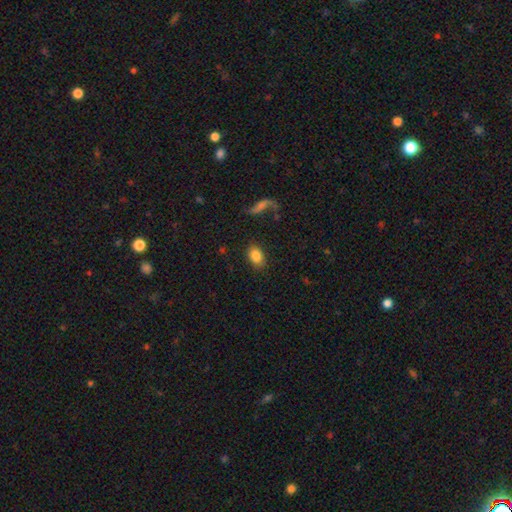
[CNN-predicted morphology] This is clearly a smooth galaxy (84%). How rounded: clearly in between (81%). Merging: clearly none (83%).